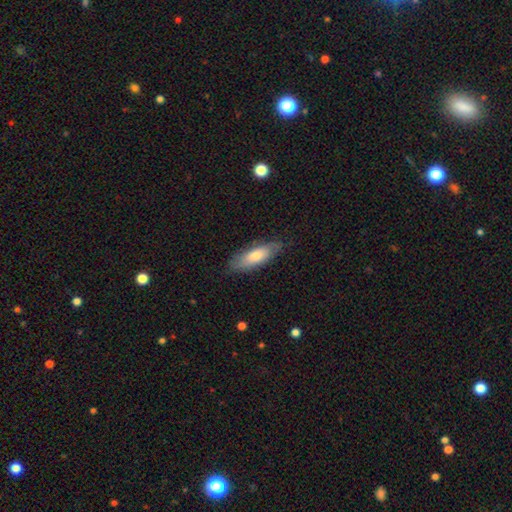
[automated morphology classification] type=smooth (63%); roundness=in between (62%); merging=none (80%).